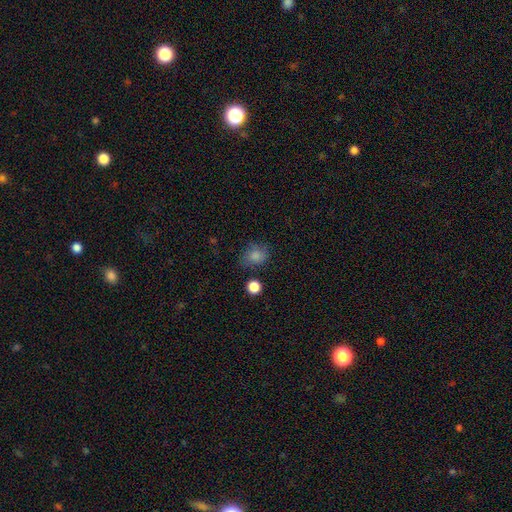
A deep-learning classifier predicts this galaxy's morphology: This appears to be a smooth galaxy with no disk features (83%) that is round (56%). Merging: none (65%).